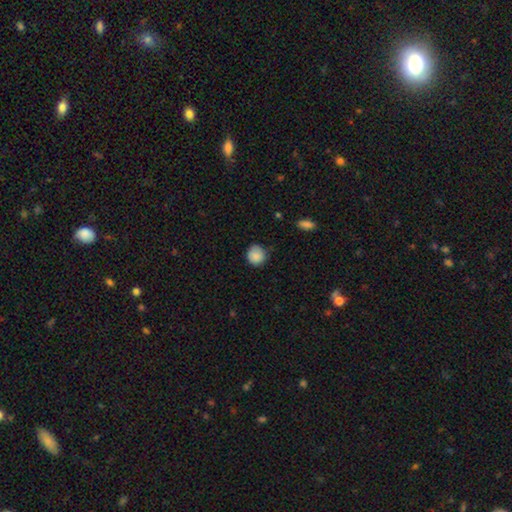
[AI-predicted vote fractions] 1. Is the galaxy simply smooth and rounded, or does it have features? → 87% smooth, 8% star or artifact, 5% featured or disk.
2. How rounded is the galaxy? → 86% round, 13% in between, 1% cigar-shaped.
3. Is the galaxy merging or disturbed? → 72% none, 23% minor disturbance, 4% major disturbance, 1% merger.